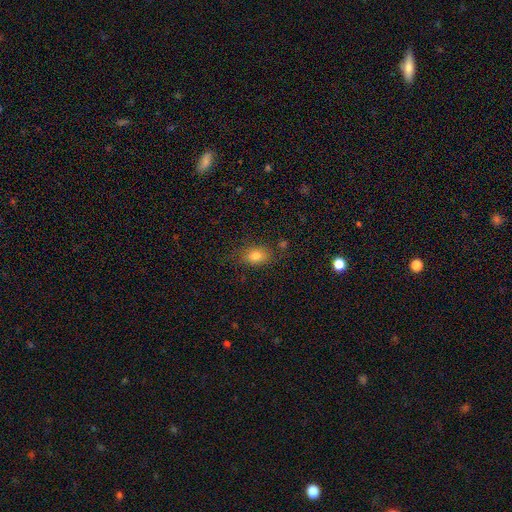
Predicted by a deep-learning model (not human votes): Smooth or featured? Predicted: smooth (p=0.79). How rounded? Predicted: in between (p=0.76). Merging? Predicted: none (p=0.76).